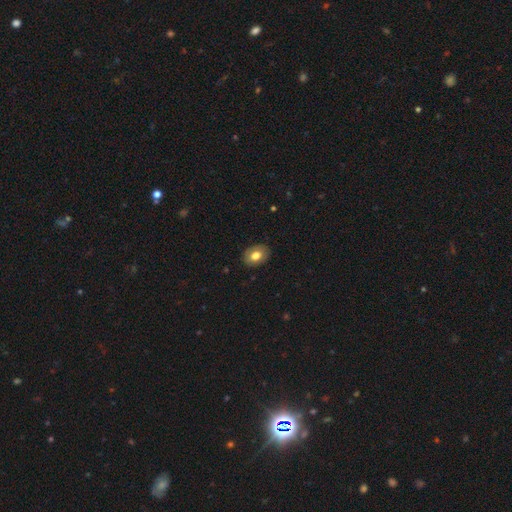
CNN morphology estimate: Smooth or featured? Predicted: smooth (p=0.76). How rounded? Predicted: in between (p=0.76). Merging? Predicted: none (p=0.87).